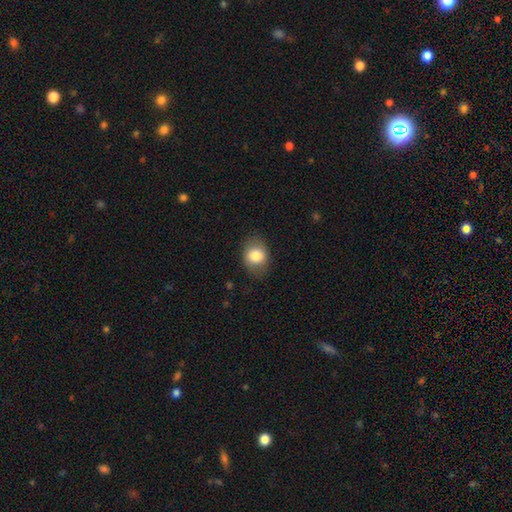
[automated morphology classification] Overall: smooth (81%). How rounded: in between (57%; round 42%). Merging: none (78%).